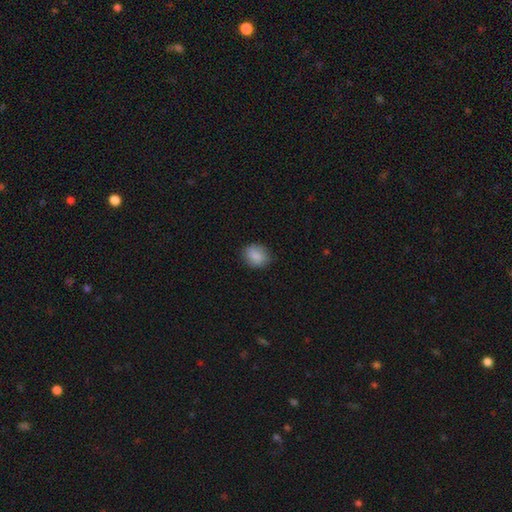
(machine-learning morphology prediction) Smooth or featured? Predicted: smooth (p=0.86). How rounded? Predicted: round (p=0.62). Merging? Predicted: none (p=0.84).